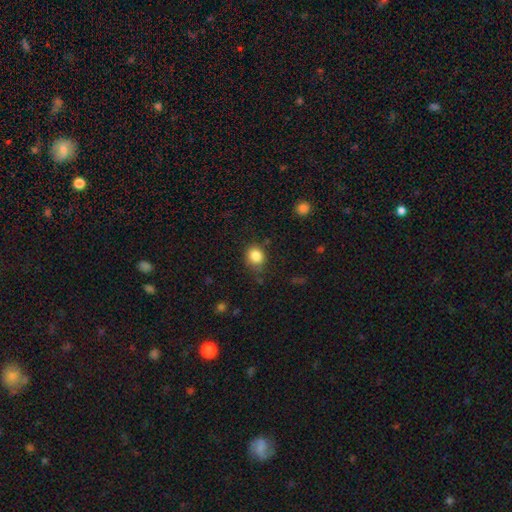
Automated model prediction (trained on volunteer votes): Overall: smooth (84%). How rounded: round (72%). Merging: none (73%).